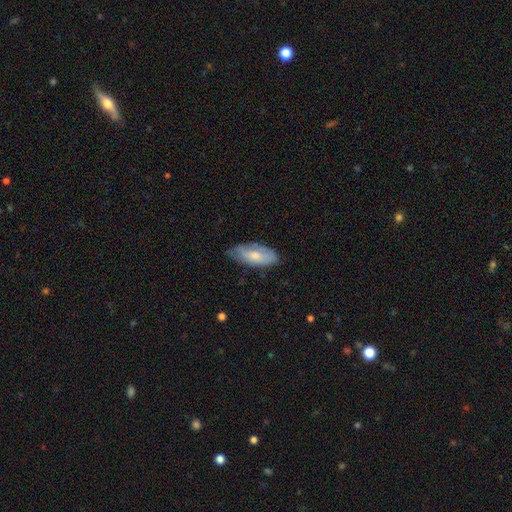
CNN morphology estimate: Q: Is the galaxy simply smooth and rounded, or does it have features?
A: smooth — 67%.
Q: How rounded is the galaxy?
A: in between — 85%.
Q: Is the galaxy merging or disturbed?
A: none — 62%.